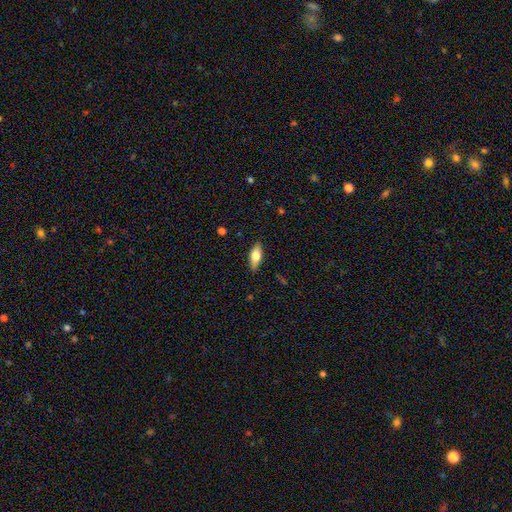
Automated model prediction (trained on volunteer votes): Overall: smooth (67%). How rounded: in between (76%). Merging: none (86%).